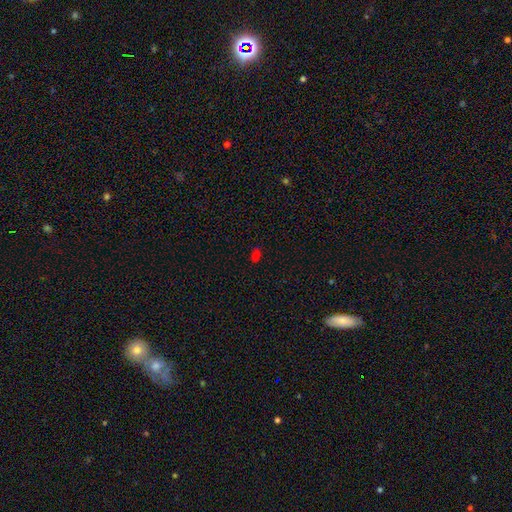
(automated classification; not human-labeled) Smooth or featured: smooth — 66% (star or artifact — 29%)
How rounded: in between — 85% (round — 12%)
Merging: none — 78% (minor disturbance — 14%)